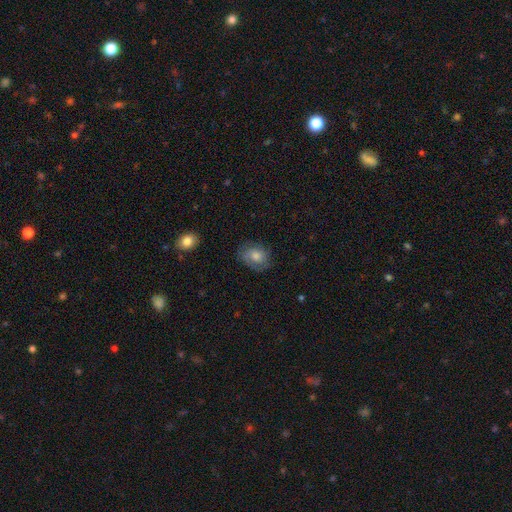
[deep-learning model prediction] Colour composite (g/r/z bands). It shows a smooth galaxy with no disk features (55%) that is in between round and cigar-shaped (53%). Merging: none (75%).